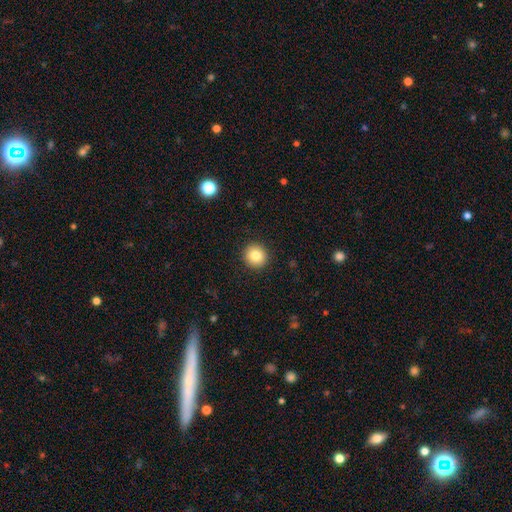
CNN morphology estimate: Smooth or featured? Predicted: smooth (p=0.82). How rounded? Predicted: round (p=0.93). Merging? Predicted: none (p=0.92).